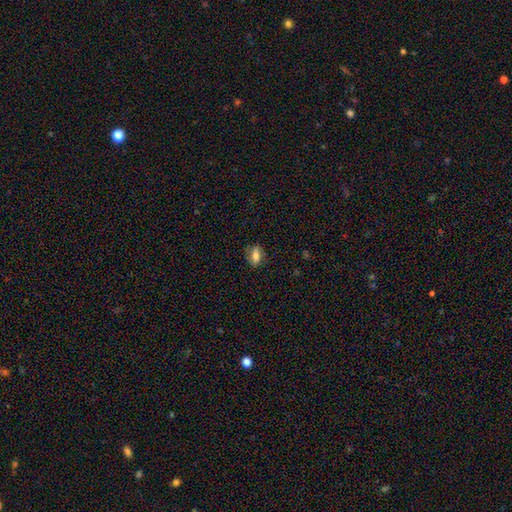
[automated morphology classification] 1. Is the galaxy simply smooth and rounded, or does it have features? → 67% smooth, 24% featured or disk, 9% star or artifact.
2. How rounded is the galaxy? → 80% in between, 12% round, 8% cigar-shaped.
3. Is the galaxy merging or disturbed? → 76% none, 18% minor disturbance, 5% major disturbance, 1% merger.